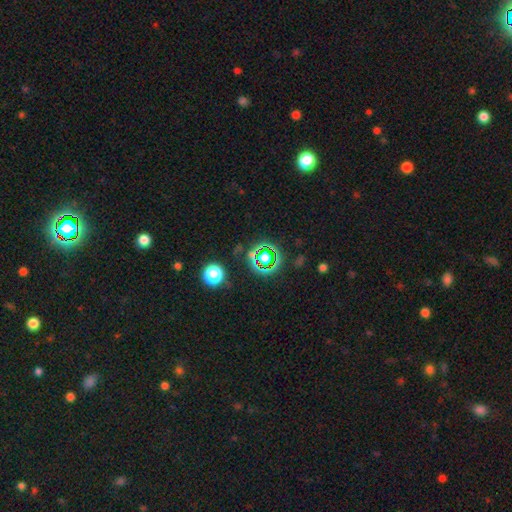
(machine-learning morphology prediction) A star or artifact, not a galaxy (73%).